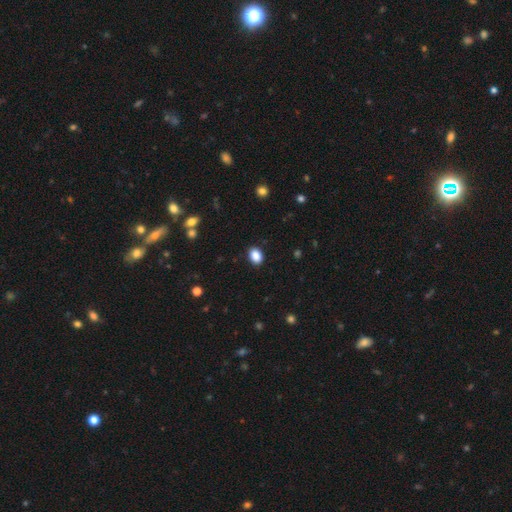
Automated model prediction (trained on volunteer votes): Q: Smooth or featured?
A: smooth (89%); runner-up: star or artifact (8%)
Q: How rounded?
A: in between (78%); runner-up: round (21%)
Q: Merging?
A: none (89%); runner-up: minor disturbance (7%)